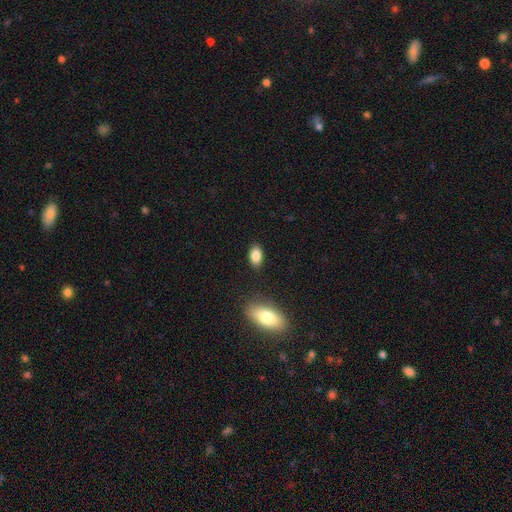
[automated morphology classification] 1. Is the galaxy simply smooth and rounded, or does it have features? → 86% smooth, 8% star or artifact, 6% featured or disk.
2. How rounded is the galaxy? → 91% in between, 6% round, 3% cigar-shaped.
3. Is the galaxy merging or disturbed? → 86% none, 9% minor disturbance, 2% major disturbance, 2% merger.